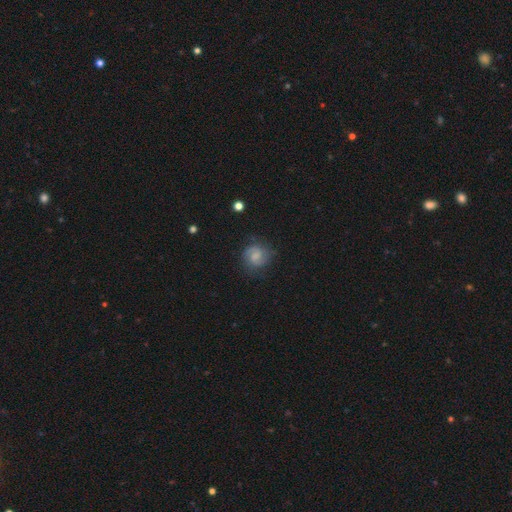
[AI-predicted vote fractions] Smooth or featured? featured or disk (58%)
Edge-on disk? no (98%)
Bar? weak (50%)
Spiral arms? yes (91%)
Spiral winding? medium (47%)
Spiral arm count? 2 (81%)
Bulge size? small (36%)
Merging? none (76%)